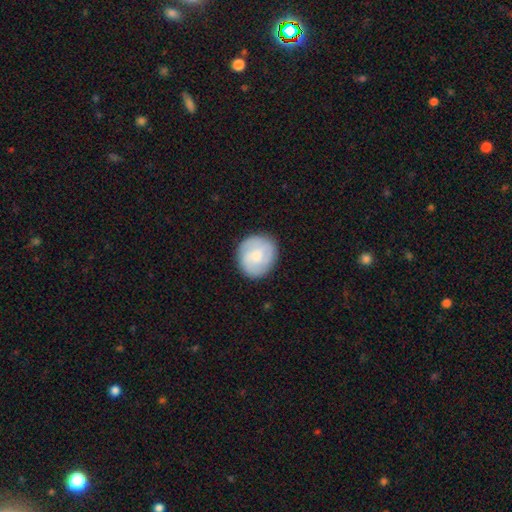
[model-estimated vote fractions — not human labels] A smooth galaxy with no disk features (54%) that is round (81%).

Vote fractions:
- Smooth or featured? smooth: 54% / featured or disk: 39% / star or artifact: 6%
- How rounded? round: 81% / in between: 18% / cigar-shaped: 1%
- Merging? none: 84% / minor disturbance: 11% / major disturbance: 3% / merger: 1%